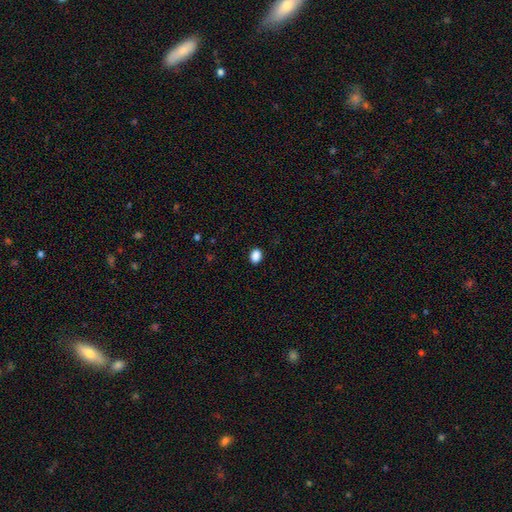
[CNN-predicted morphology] smooth_or_featured: smooth (p=0.88) [alt: star or artifact p=0.09]
how_rounded: in between (p=0.64) [alt: round p=0.35]
merging: none (p=0.90) [alt: minor disturbance p=0.07]